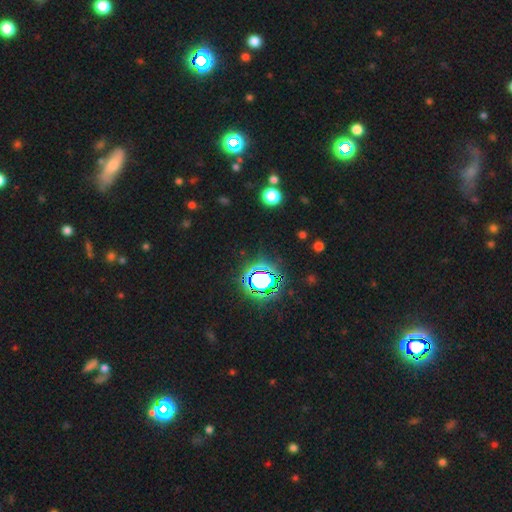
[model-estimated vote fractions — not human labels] smooth_or_featured: star or artifact (p=0.80) [alt: smooth p=0.13]